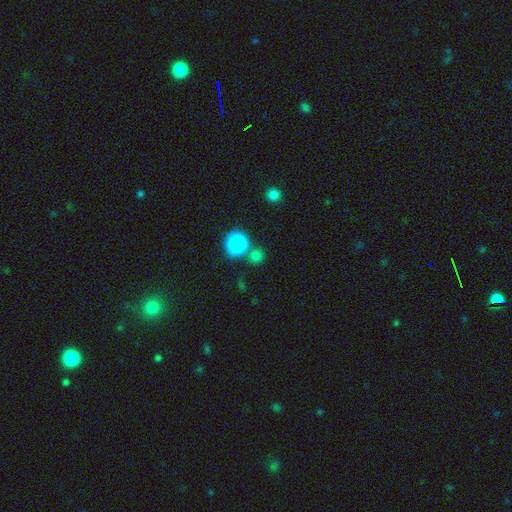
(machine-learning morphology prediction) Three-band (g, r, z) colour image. It shows a smooth galaxy with no disk features (70%) that is round (88%). Merging: none (72%).